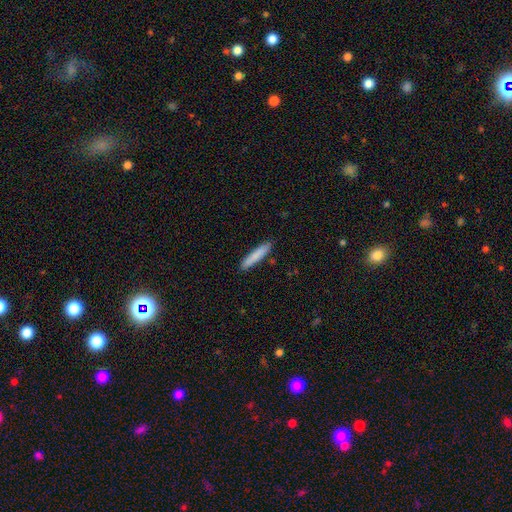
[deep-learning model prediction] Smooth or featured: smooth — 83% (featured or disk — 11%)
How rounded: cigar-shaped — 90% (in between — 8%)
Merging: none — 90% (minor disturbance — 8%)